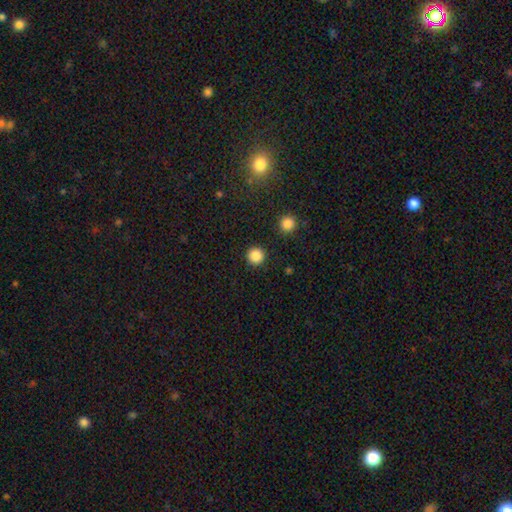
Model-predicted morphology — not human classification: Q: Smooth or featured?
A: smooth (86%); runner-up: star or artifact (11%)
Q: How rounded?
A: round (96%); runner-up: in between (3%)
Q: Merging?
A: none (92%); runner-up: minor disturbance (5%)